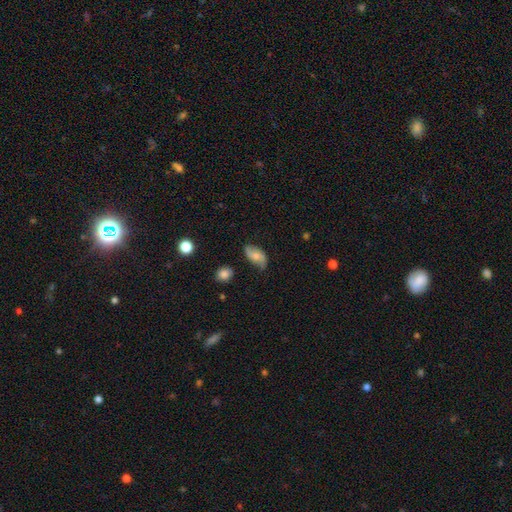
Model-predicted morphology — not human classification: The model was most divided on "smooth or featured": featured or disk: 51%, smooth: 42%, star or artifact: 8%. More confident: edge-on disk — no (95%); merging — none (69%).